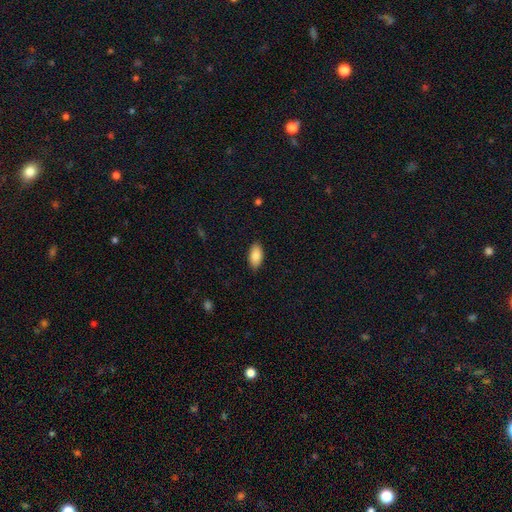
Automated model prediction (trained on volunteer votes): Smooth or featured: smooth — 88% (star or artifact — 6%)
How rounded: in between — 93% (cigar-shaped — 4%)
Merging: none — 87% (minor disturbance — 10%)